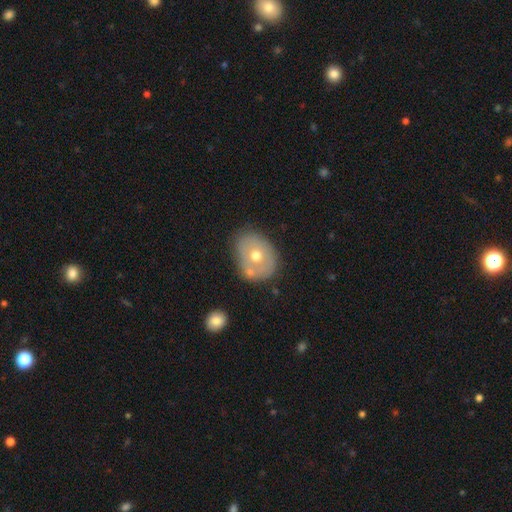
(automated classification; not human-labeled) Q: Smooth or featured?
A: smooth (55%); runner-up: featured or disk (37%)
Q: How rounded?
A: in between (60%); runner-up: round (39%)
Q: Merging?
A: none (60%); runner-up: minor disturbance (20%)